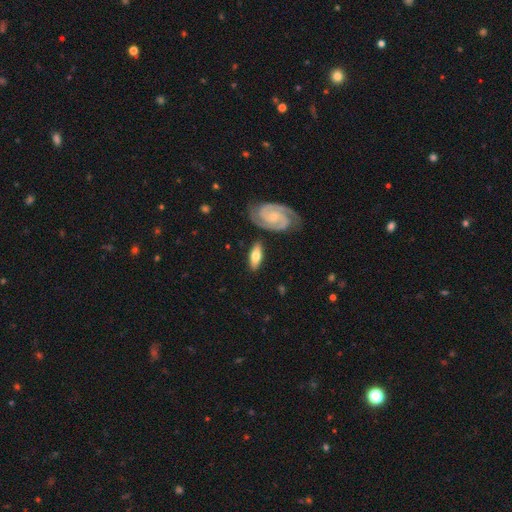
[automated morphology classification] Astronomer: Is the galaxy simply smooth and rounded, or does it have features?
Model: featured or disk — 53% (runner-up: smooth, 42%).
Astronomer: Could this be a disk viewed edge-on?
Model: no — 71%.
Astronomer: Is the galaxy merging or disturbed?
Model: none — 77%.